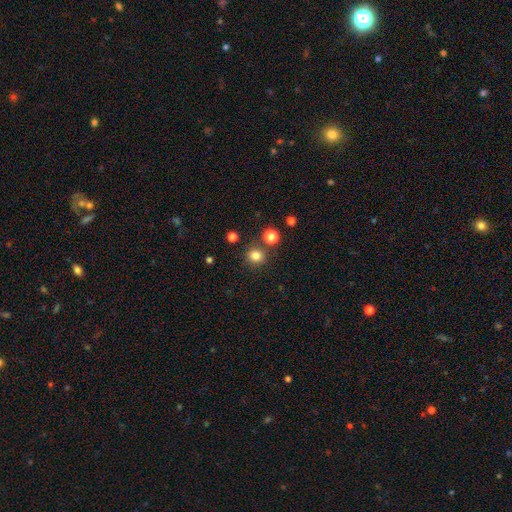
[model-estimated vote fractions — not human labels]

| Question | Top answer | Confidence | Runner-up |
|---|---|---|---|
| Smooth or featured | smooth | 81% | star or artifact (14%) |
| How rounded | round | 89% | in between (10%) |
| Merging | none | 82% | merger (8%) |